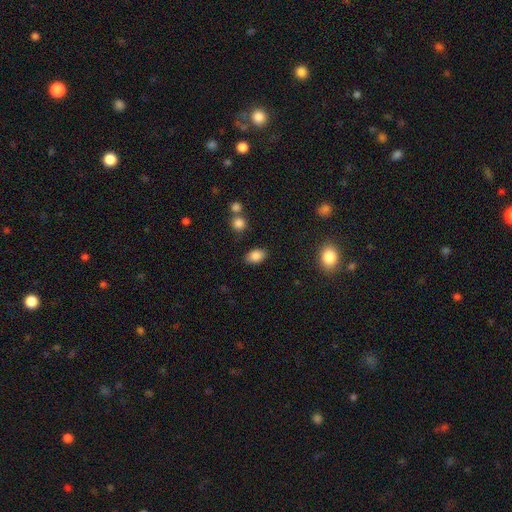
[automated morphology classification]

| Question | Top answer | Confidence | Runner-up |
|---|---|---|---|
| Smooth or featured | smooth | 85% | star or artifact (9%) |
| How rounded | in between | 87% | round (12%) |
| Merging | none | 83% | minor disturbance (11%) |